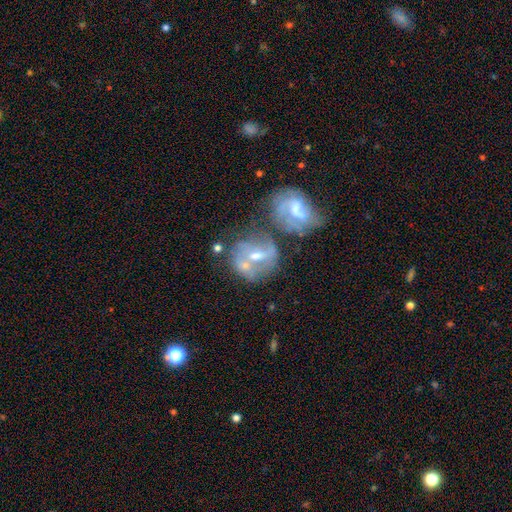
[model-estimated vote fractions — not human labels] Morphology: type=featured or disk (65%); edge-on=no (95%); bar=weak (39%); spiral arms=yes (55%); bulge=moderate (58%); merging=merger (42%).